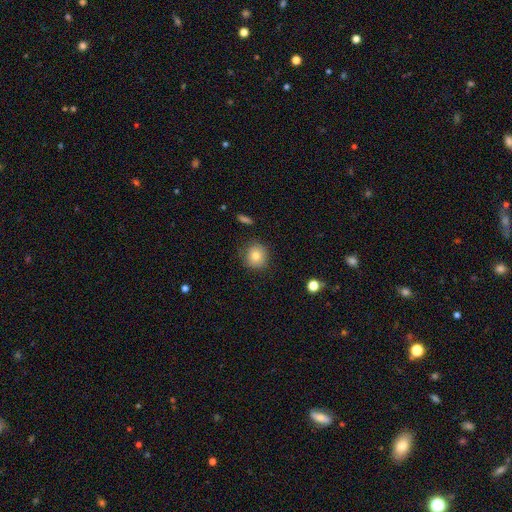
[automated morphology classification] Smooth or featured?
  - smooth: 80% *
  - featured or disk: 11%
  - star or artifact: 9%
How rounded?
  - round: 90% *
  - in between: 9%
  - cigar-shaped: 1%
Merging?
  - none: 82% *
  - minor disturbance: 13%
  - major disturbance: 3%
  - merger: 2%